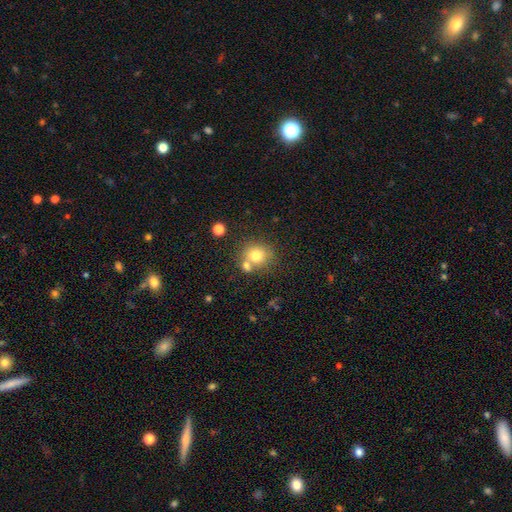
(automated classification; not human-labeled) This is likely a smooth galaxy (76%). How rounded: clearly round (81%). Merging: possibly none (59%).